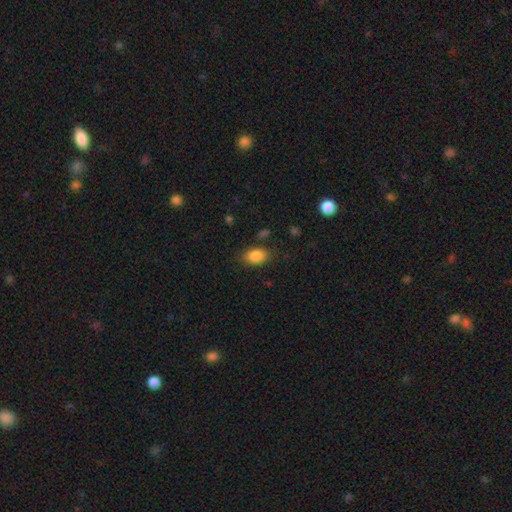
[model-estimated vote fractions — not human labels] Overall: smooth (86%). How rounded: in between (86%). Merging: none (80%).